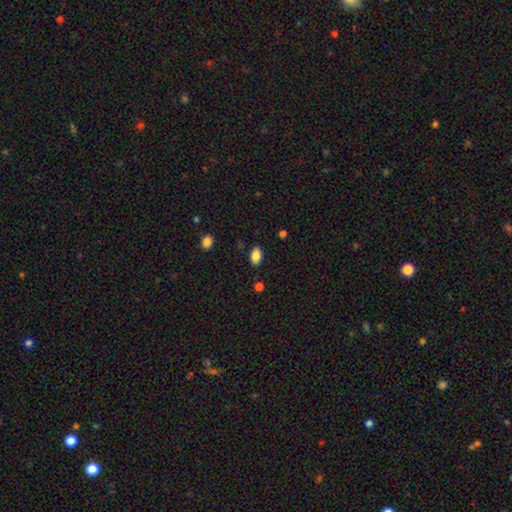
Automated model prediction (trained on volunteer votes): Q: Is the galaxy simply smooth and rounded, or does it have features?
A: smooth — 86%.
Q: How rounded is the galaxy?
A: in between — 91%.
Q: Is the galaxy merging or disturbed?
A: none — 86%.